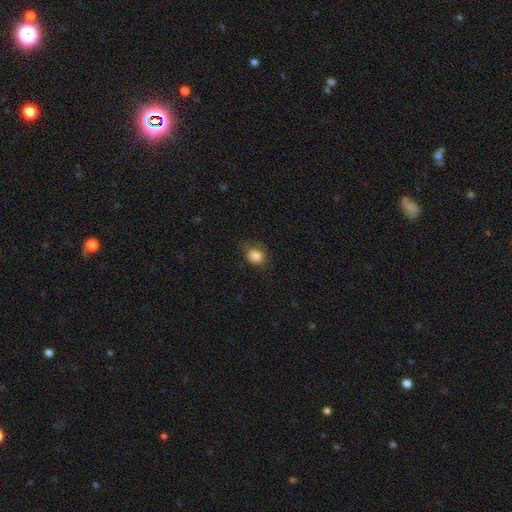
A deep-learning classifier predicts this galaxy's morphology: smooth_or_featured: smooth (p=0.84) [alt: star or artifact p=0.10]
how_rounded: round (p=0.67) [alt: in between p=0.32]
merging: none (p=0.69) [alt: minor disturbance p=0.23]